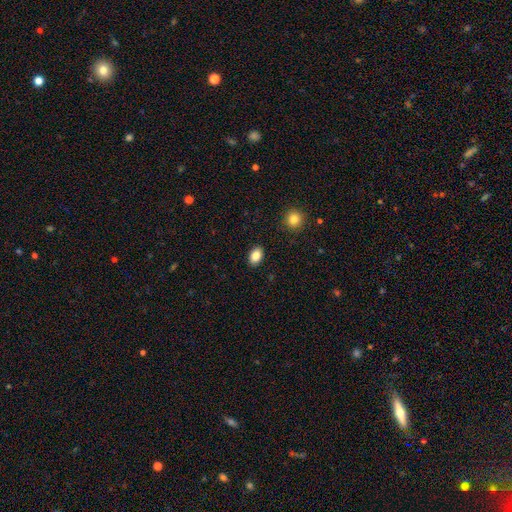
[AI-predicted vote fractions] This is clearly a smooth galaxy (85%). How rounded: clearly in between (84%). Merging: clearly none (90%).